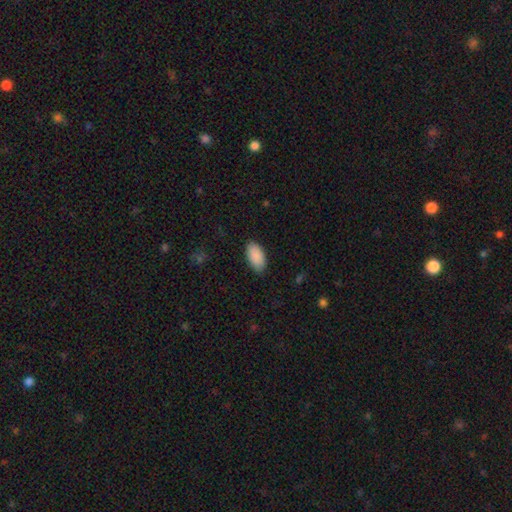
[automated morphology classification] The model was most divided on "merging": none: 84%, minor disturbance: 12%, major disturbance: 2%, merger: 1%. More confident: how rounded — in between (95%); smooth or featured — smooth (90%).